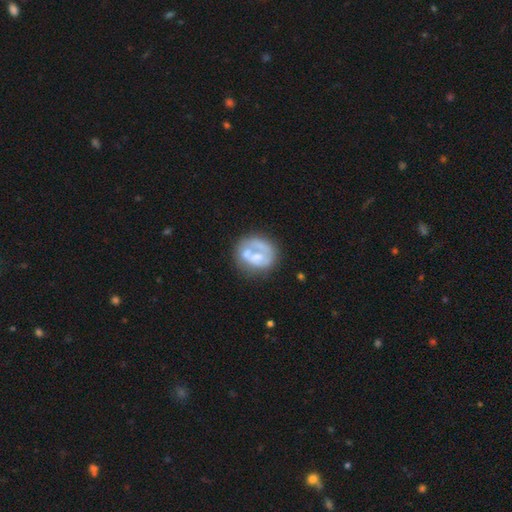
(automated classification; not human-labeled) Smooth or featured: featured or disk — 54% (smooth — 39%)
Edge-on disk: no — 98% (yes — 2%)
Bar: no — 82% (weak — 14%)
Spiral arms: no — 79% (yes — 21%)
Bulge size: moderate — 38% (none — 28%)
Merging: none — 43% (merger — 20%)